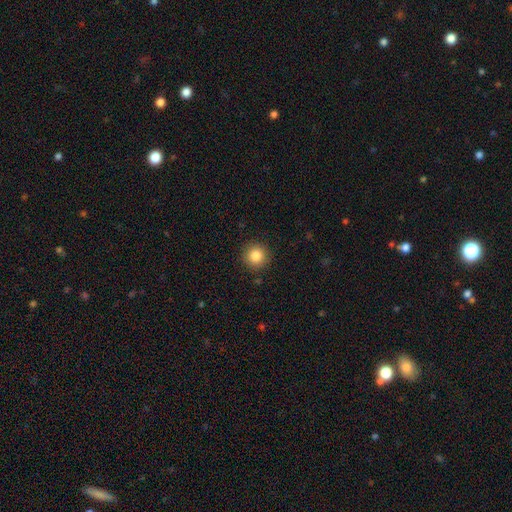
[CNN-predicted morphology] Q: Smooth or featured?
A: smooth (85%); runner-up: star or artifact (10%)
Q: How rounded?
A: round (95%); runner-up: in between (4%)
Q: Merging?
A: none (91%); runner-up: minor disturbance (6%)